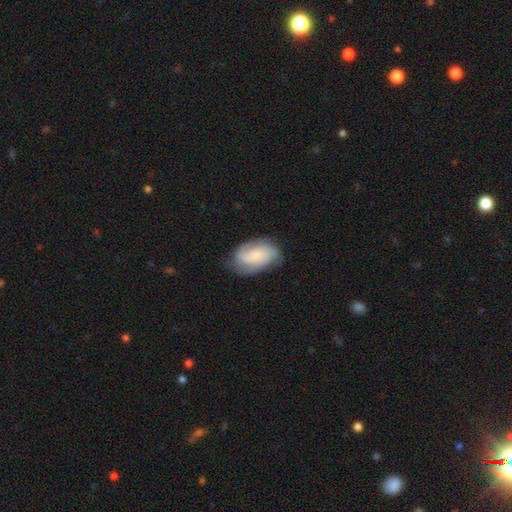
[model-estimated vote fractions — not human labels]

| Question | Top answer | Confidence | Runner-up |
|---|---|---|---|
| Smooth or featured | featured or disk | 52% | smooth (40%) |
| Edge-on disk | no | 97% | yes (3%) |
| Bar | no | 64% | weak (28%) |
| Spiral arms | yes | 89% | no (11%) |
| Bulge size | small | 43% | none (27%) |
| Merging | none | 63% | minor disturbance (25%) |